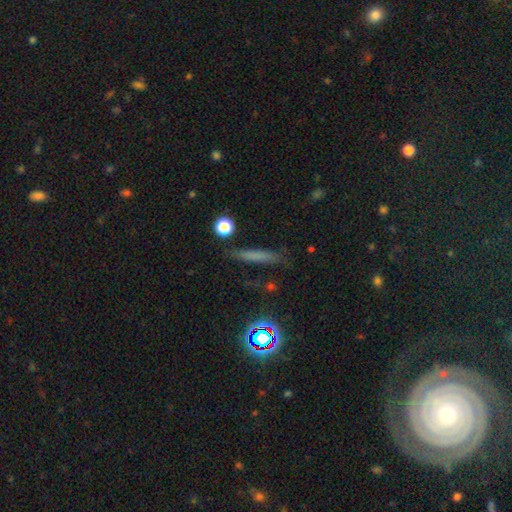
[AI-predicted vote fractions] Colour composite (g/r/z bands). It shows a smooth galaxy with no disk features (62%) that is cigar-shaped (88%). Merging: none (82%).